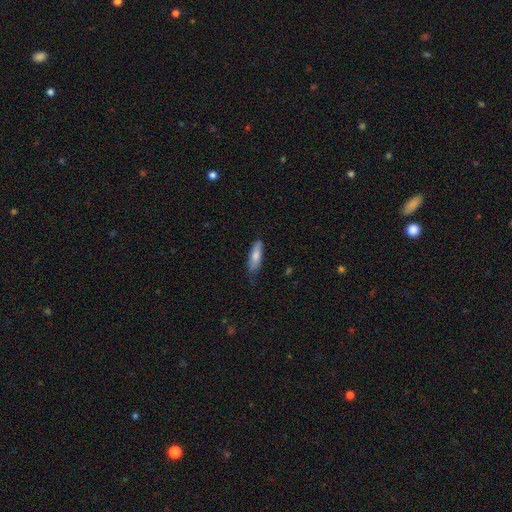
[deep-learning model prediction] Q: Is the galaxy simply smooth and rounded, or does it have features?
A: smooth — 77%.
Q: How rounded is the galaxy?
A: cigar-shaped — 52%.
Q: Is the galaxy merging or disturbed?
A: none — 74%.